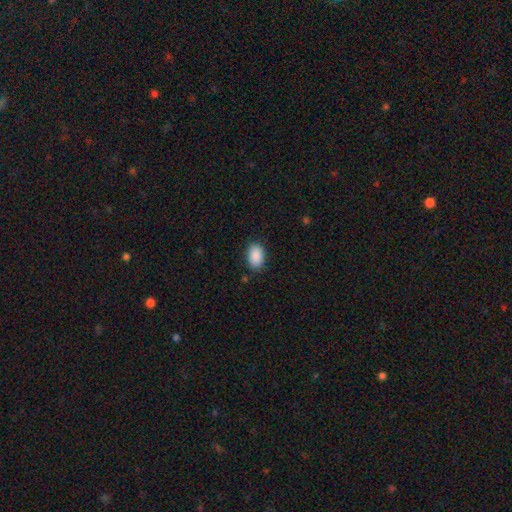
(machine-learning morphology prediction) This is clearly a smooth galaxy (90%). How rounded: clearly in between (90%). Merging: clearly none (85%).